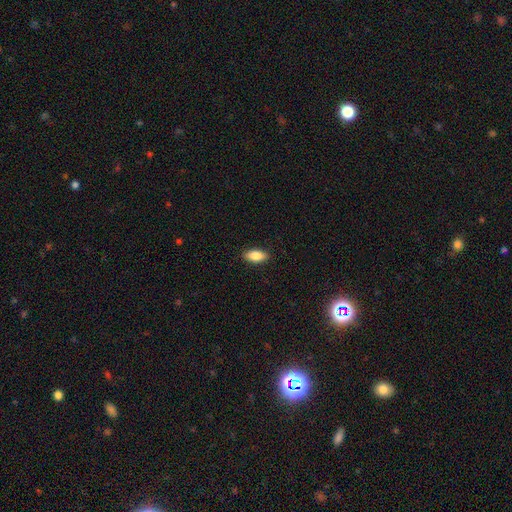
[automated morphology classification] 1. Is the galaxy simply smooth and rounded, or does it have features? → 84% smooth, 9% featured or disk, 7% star or artifact.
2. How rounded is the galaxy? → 88% in between, 9% cigar-shaped, 3% round.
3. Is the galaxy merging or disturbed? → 89% none, 9% minor disturbance, 2% major disturbance, 1% merger.